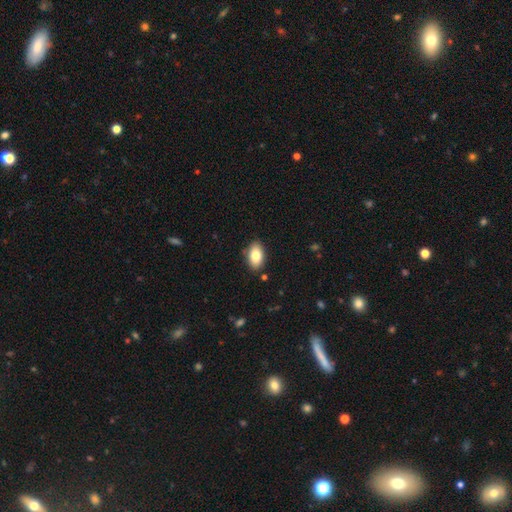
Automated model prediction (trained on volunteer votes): Smooth or featured?
  - smooth: 81% *
  - featured or disk: 11%
  - star or artifact: 7%
How rounded?
  - in between: 92% *
  - round: 6%
  - cigar-shaped: 2%
Merging?
  - none: 87% *
  - minor disturbance: 10%
  - major disturbance: 2%
  - merger: 1%